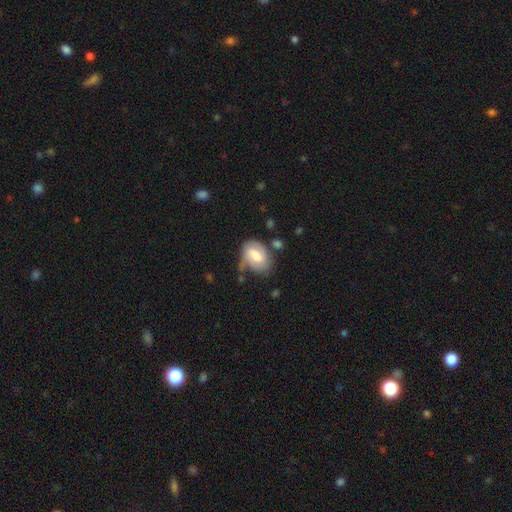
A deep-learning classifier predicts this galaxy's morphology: A smooth galaxy with no disk features (48%).

Vote fractions:
- Smooth or featured? smooth: 48% / featured or disk: 45% / star or artifact: 7%
- Merging? none: 50% / minor disturbance: 30% / major disturbance: 13% / merger: 7%